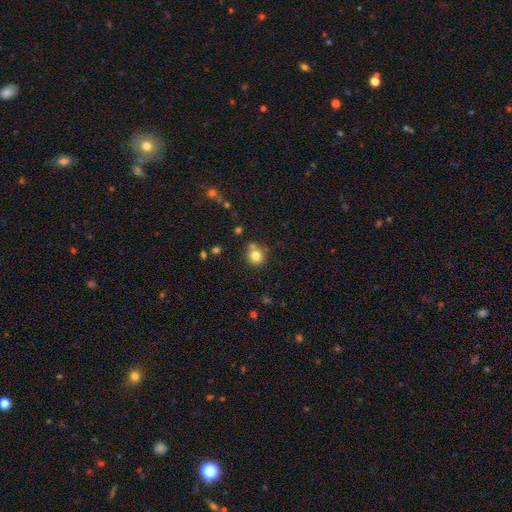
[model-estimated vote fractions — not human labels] The model was most divided on "merging": none: 68%, merger: 17%, minor disturbance: 11%, major disturbance: 3%. More confident: how rounded — round (87%); smooth or featured — smooth (79%).